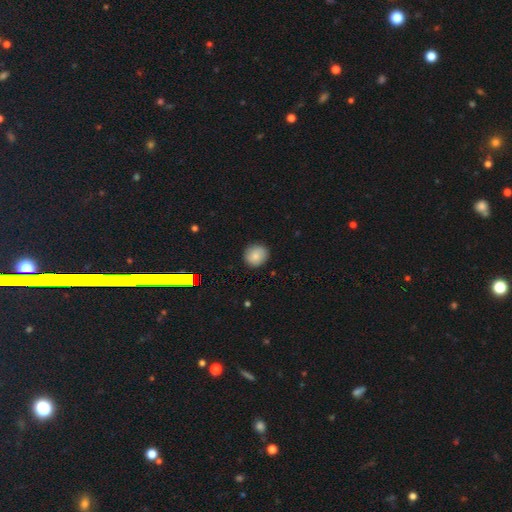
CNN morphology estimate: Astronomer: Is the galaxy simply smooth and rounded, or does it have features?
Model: smooth — 84%.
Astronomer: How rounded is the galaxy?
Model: round — 85%.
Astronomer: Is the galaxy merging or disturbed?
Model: none — 89%.